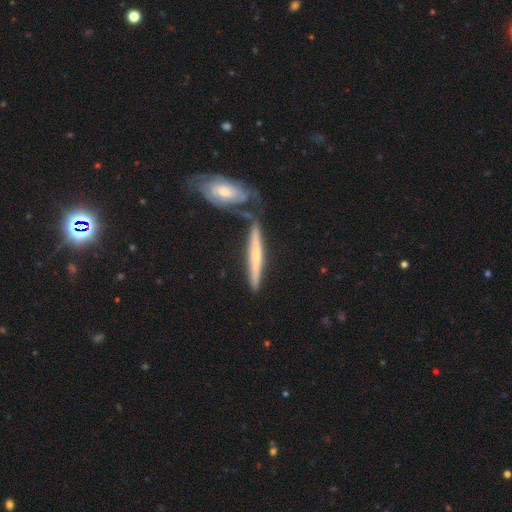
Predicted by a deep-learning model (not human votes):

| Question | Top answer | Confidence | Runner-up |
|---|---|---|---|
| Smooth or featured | featured or disk | 55% | smooth (39%) |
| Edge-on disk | yes | 88% | no (12%) |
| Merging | none | 68% | merger (17%) |